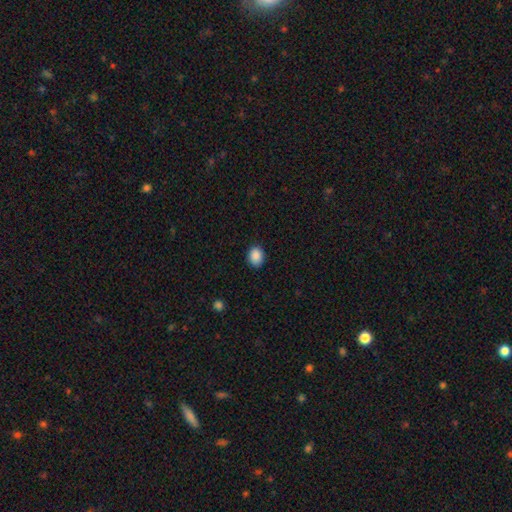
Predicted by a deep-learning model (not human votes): smooth-or-featured: smooth: 89% | star or artifact: 8% | featured or disk: 3%
  how-rounded: in between: 50% | round: 49% | cigar-shaped: 1%
  merging: none: 87% | minor disturbance: 10% | major disturbance: 2% | merger: 1%